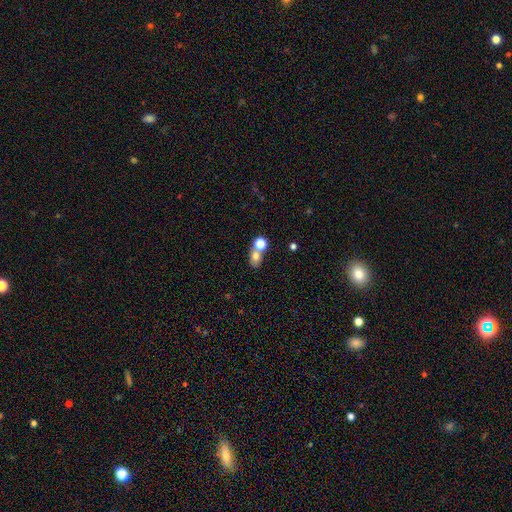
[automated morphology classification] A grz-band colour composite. It shows a smooth galaxy with no disk features (72%) that is in between round and cigar-shaped (62%). Merging: merger (44%).